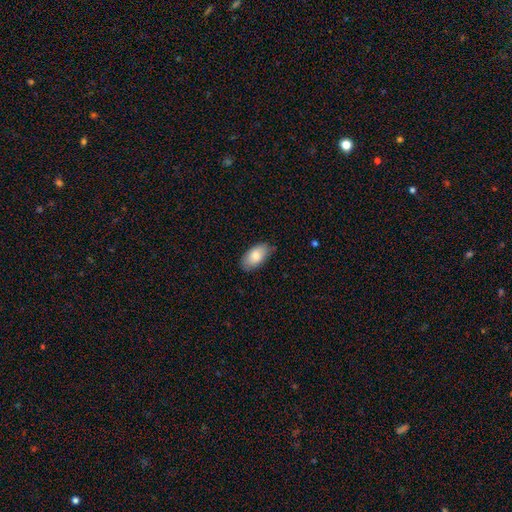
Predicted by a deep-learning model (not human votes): This appears to be a smooth galaxy with no disk features (83%) that is in between round and cigar-shaped (95%). Merging: none (81%).